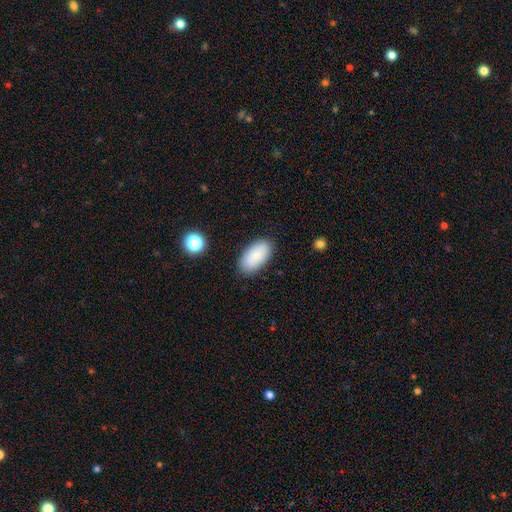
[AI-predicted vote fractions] Smooth or featured? smooth (83%)
How rounded? in between (95%)
Merging? none (85%)